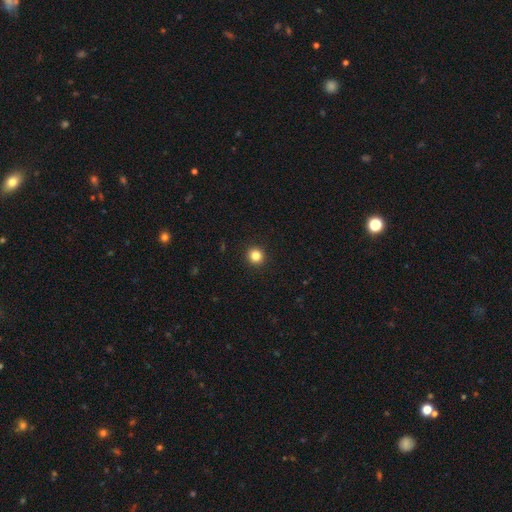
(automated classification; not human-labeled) A smooth galaxy with no disk features (84%) that is round (94%).

Vote fractions:
- Smooth or featured? smooth: 84% / star or artifact: 12% / featured or disk: 4%
- How rounded? round: 94% / in between: 5% / cigar-shaped: 1%
- Merging? none: 94% / minor disturbance: 4% / major disturbance: 1% / merger: 1%